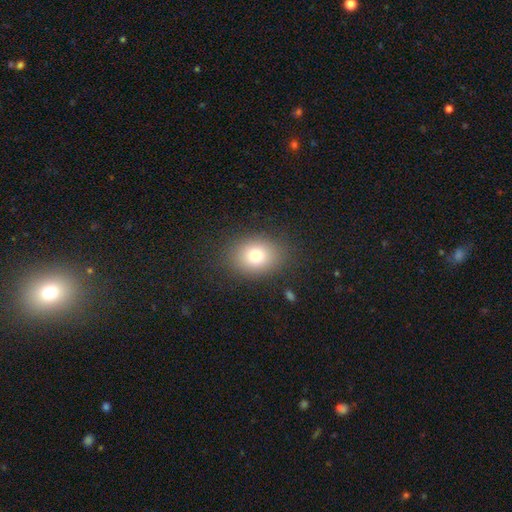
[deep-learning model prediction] The model was most divided on "how rounded": in between: 51%, round: 48%, cigar-shaped: 1%. More confident: merging — none (85%); smooth or featured — smooth (77%).